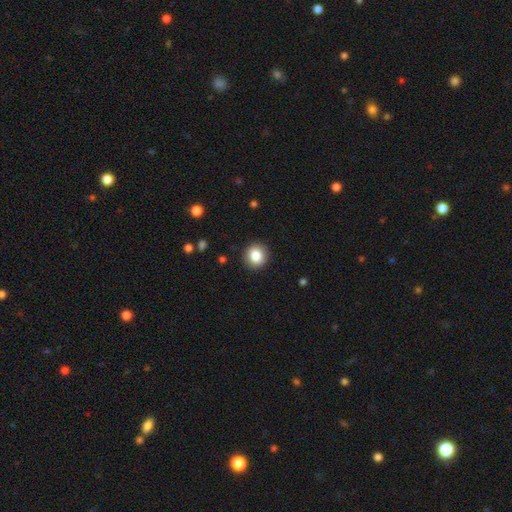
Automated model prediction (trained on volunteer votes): A smooth galaxy with no disk features (84%) that is round (90%). Merging: none (91%).